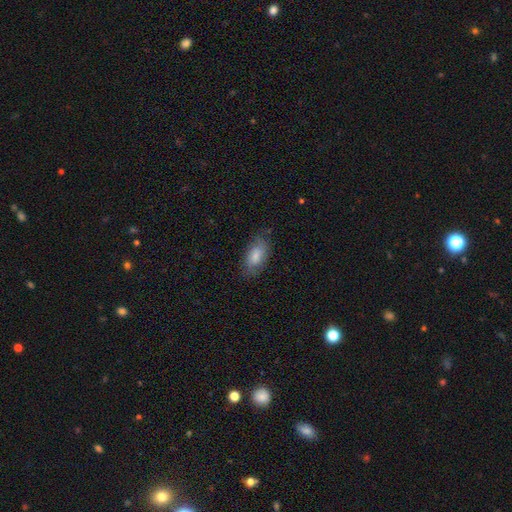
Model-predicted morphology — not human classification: Q: Smooth or featured?
A: smooth (76%); runner-up: featured or disk (17%)
Q: How rounded?
A: in between (91%); runner-up: cigar-shaped (5%)
Q: Merging?
A: none (73%); runner-up: minor disturbance (20%)